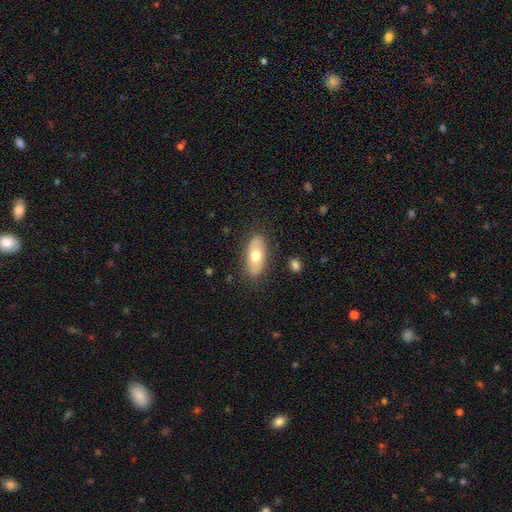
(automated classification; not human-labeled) Smooth or featured?
  - smooth: 64% *
  - featured or disk: 30%
  - star or artifact: 6%
How rounded?
  - in between: 87% *
  - cigar-shaped: 9%
  - round: 4%
Merging?
  - none: 83% *
  - minor disturbance: 13%
  - major disturbance: 3%
  - merger: 2%